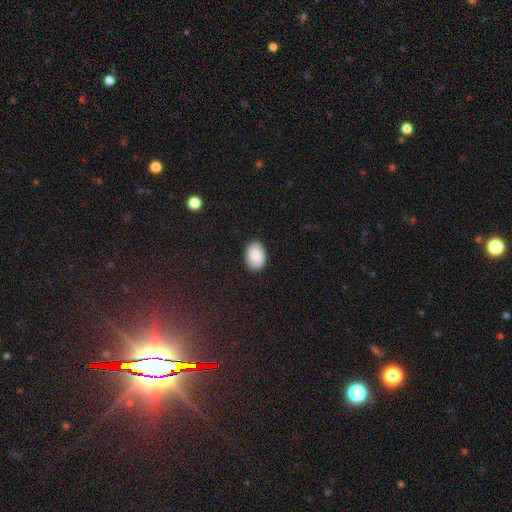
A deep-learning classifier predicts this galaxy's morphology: Smooth or featured? smooth (89%)
How rounded? in between (85%)
Merging? none (86%)